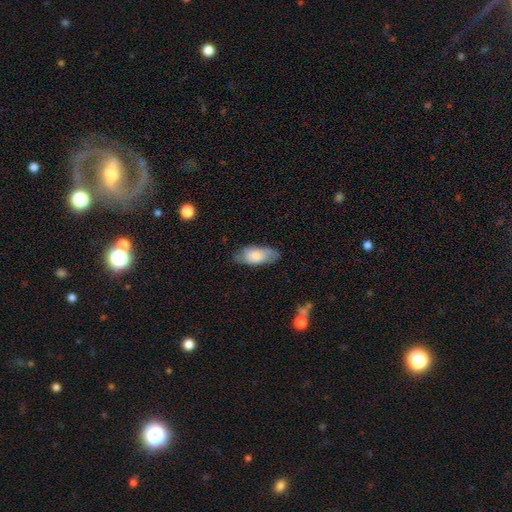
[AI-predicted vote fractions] Smooth or featured? smooth (74%)
How rounded? in between (89%)
Merging? none (68%)